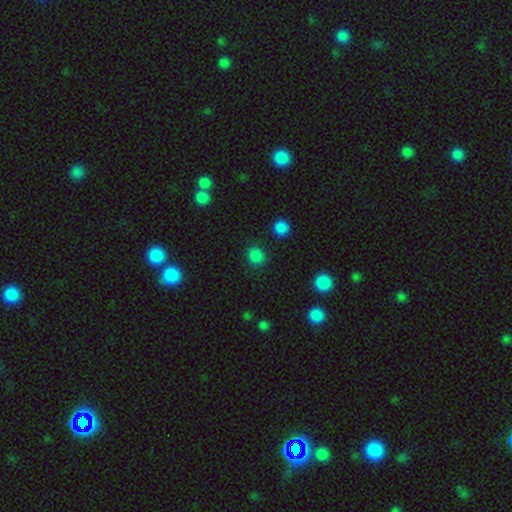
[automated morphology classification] smooth-or-featured: smooth: 81% | star or artifact: 16% | featured or disk: 4%
  how-rounded: round: 88% | in between: 11% | cigar-shaped: 1%
  merging: none: 87% | minor disturbance: 8% | major disturbance: 3% | merger: 2%